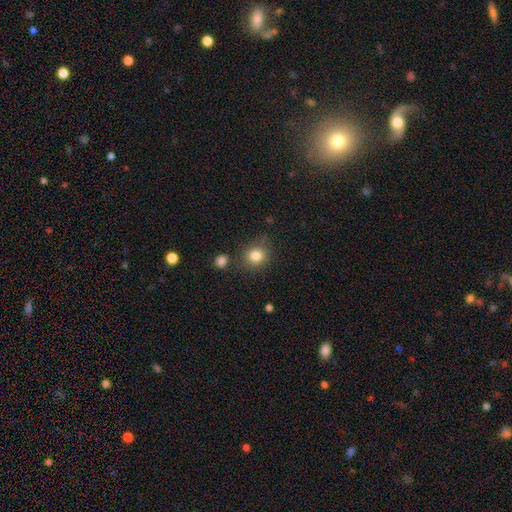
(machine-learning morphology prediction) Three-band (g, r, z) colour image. It shows a smooth galaxy with no disk features (82%) that is round (81%). Merging: none (78%).